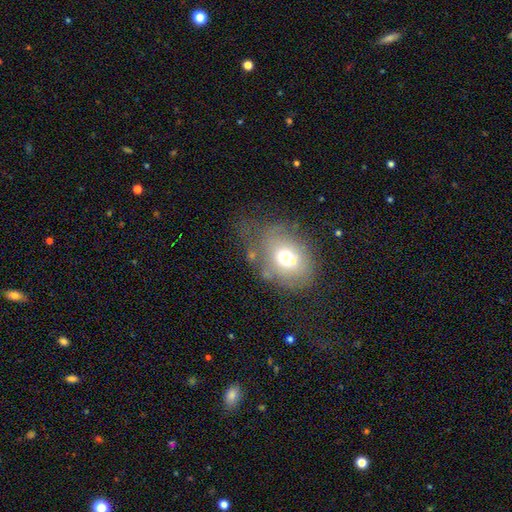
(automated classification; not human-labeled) Smooth or featured? Predicted: smooth (p=0.51). How rounded? Predicted: in between (p=0.63). Merging? Predicted: none (p=0.49).